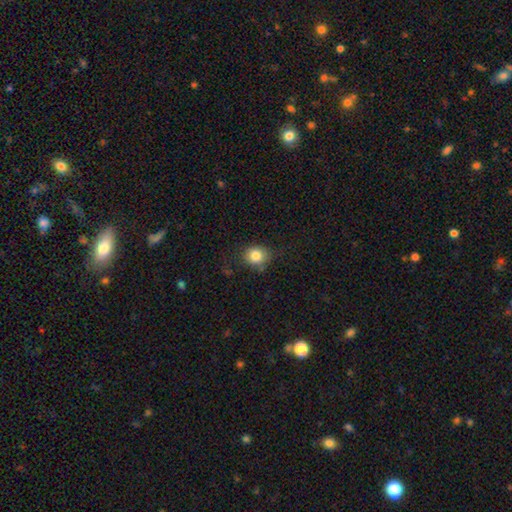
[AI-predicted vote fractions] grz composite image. It shows a smooth galaxy with no disk features (83%) that is round (73%). Merging: none (76%).